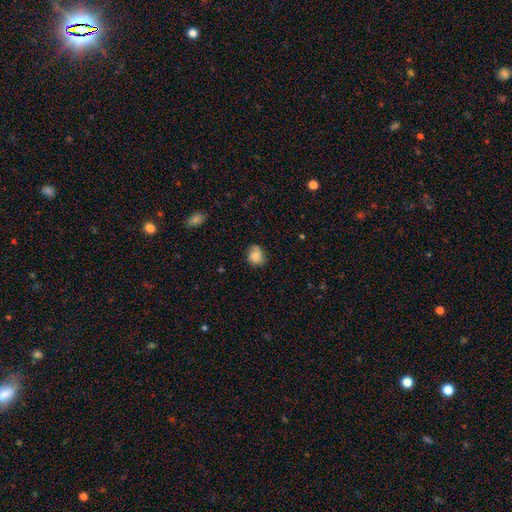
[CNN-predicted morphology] Smooth or featured? smooth (74%)
How rounded? round (54%)
Merging? none (65%)